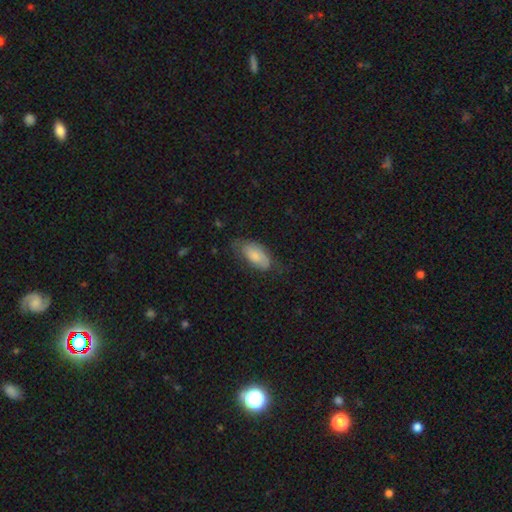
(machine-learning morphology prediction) This appears to be a smooth galaxy with no disk features (71%) that is in between round and cigar-shaped (92%). Merging: none (56%).